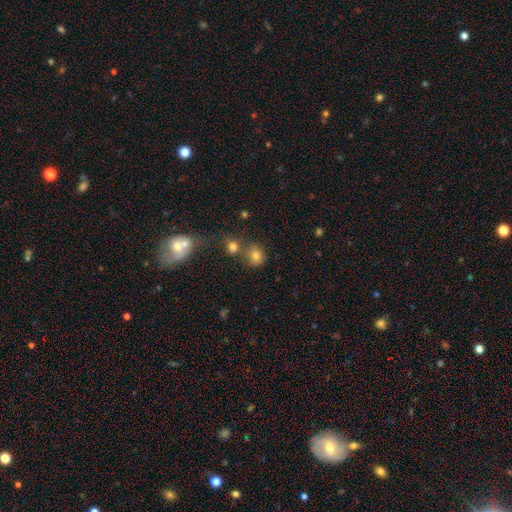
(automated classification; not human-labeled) smooth-or-featured: smooth: 77% | star or artifact: 15% | featured or disk: 8%
  how-rounded: round: 79% | in between: 20% | cigar-shaped: 1%
  merging: none: 60% | merger: 25% | minor disturbance: 10% | major disturbance: 4%